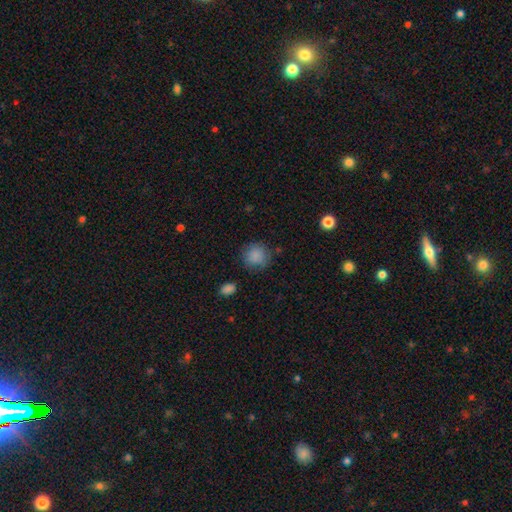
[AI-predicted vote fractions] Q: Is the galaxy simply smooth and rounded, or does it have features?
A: smooth — 86%.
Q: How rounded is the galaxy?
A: round — 89%.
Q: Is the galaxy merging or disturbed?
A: none — 79%.